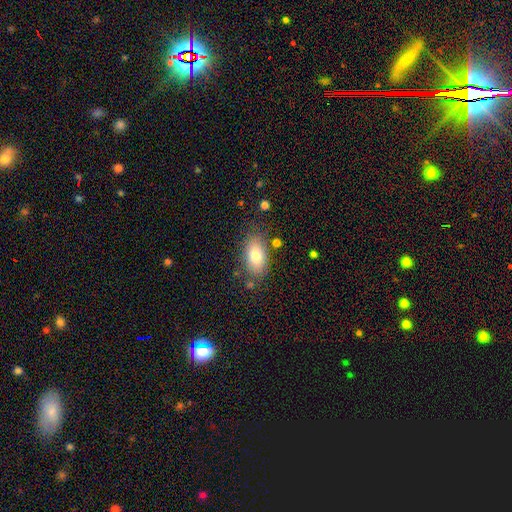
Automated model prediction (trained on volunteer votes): Smooth or featured? smooth (78%)
How rounded? in between (90%)
Merging? none (77%)